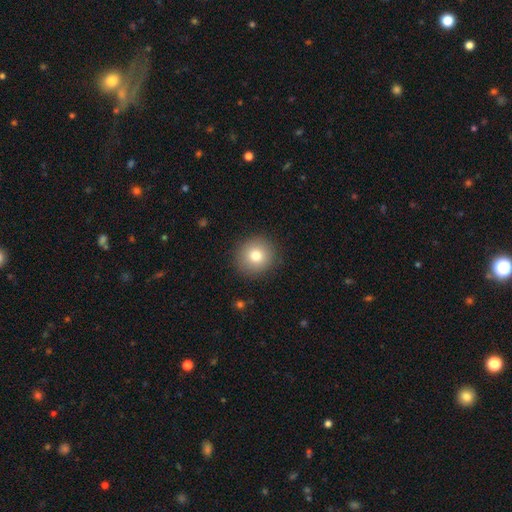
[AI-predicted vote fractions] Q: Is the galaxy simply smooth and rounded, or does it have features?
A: smooth — 79%.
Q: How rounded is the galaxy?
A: round — 91%.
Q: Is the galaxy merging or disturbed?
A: none — 90%.